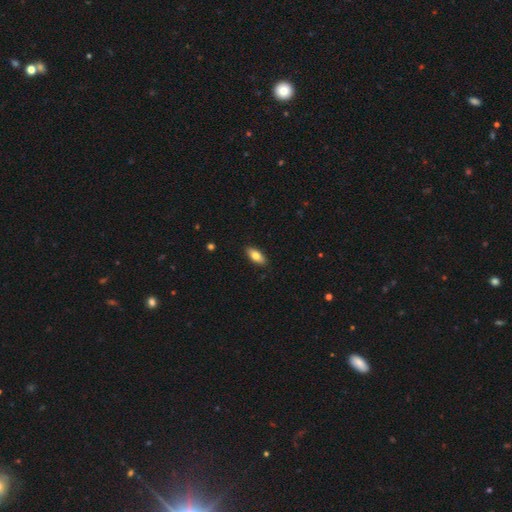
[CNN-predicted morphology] Smooth or featured?
  - smooth: 77% *
  - featured or disk: 17%
  - star or artifact: 6%
How rounded?
  - in between: 85% *
  - cigar-shaped: 13%
  - round: 2%
Merging?
  - none: 89% *
  - minor disturbance: 8%
  - major disturbance: 2%
  - merger: 1%